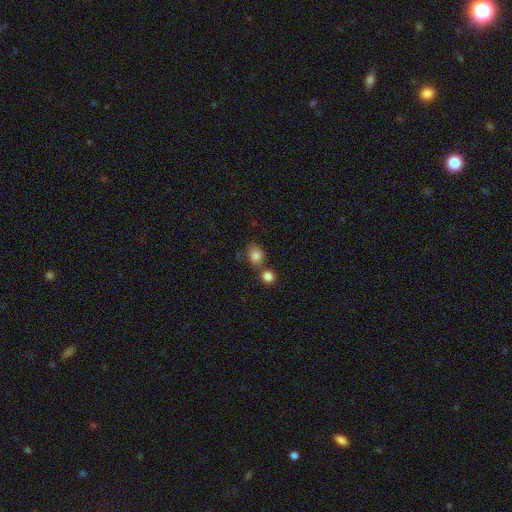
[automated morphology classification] smooth-or-featured: smooth: 83% | star or artifact: 10% | featured or disk: 8%
  how-rounded: in between: 61% | round: 38% | cigar-shaped: 1%
  merging: none: 53% | merger: 29% | minor disturbance: 14% | major disturbance: 5%